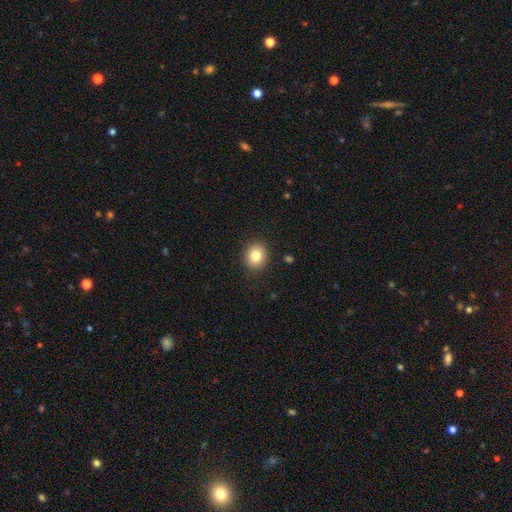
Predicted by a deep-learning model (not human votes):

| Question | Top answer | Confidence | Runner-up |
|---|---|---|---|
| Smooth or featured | smooth | 81% | star or artifact (10%) |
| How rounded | round | 76% | in between (23%) |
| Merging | none | 90% | minor disturbance (7%) |